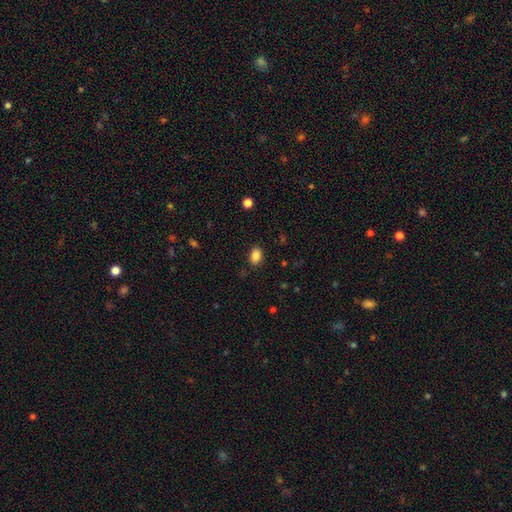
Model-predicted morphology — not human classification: A smooth galaxy with no disk features (87%) that is in between round and cigar-shaped (84%).

Vote fractions:
- Smooth or featured? smooth: 87% / star or artifact: 10% / featured or disk: 4%
- How rounded? in between: 84% / round: 15% / cigar-shaped: 1%
- Merging? none: 84% / minor disturbance: 11% / major disturbance: 3% / merger: 1%